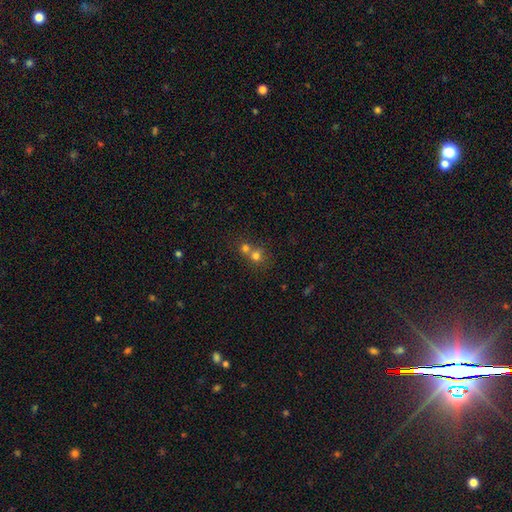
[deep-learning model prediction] This appears to be a smooth galaxy with no disk features (71%) that is round (84%). Merging: merger (58%).